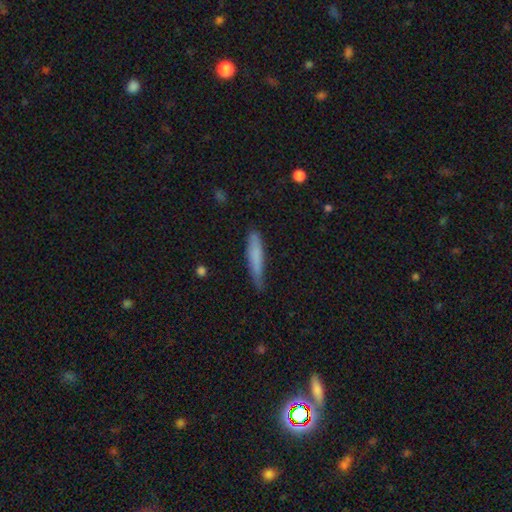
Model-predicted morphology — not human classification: A smooth galaxy with no disk features (76%) that is cigar-shaped (91%). Merging: none (64%).